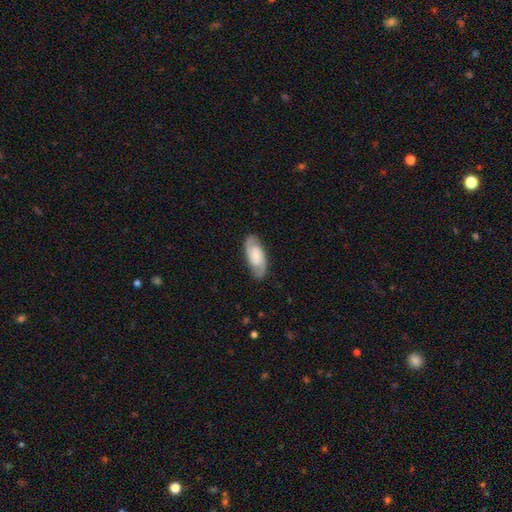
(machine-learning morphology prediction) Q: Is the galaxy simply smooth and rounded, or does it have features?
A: featured or disk — 69%.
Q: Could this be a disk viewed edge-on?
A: no — 94%.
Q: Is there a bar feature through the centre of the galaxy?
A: no — 56%.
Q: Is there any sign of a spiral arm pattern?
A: yes — 94%.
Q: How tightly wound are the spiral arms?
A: medium — 46%.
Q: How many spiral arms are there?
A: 2 — 89%.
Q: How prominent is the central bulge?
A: small — 42%.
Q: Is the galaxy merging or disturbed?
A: none — 84%.